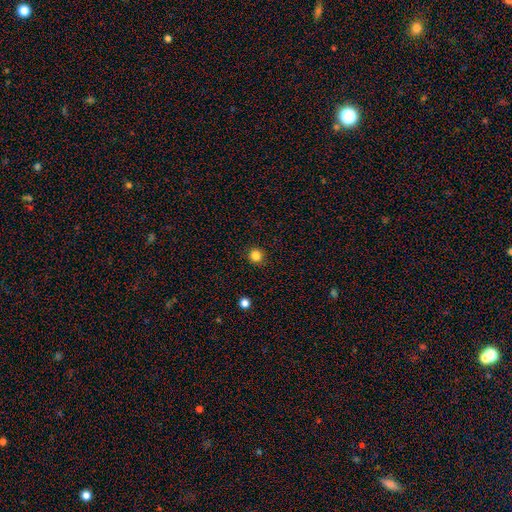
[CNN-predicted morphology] Q: Smooth or featured?
A: smooth (84%); runner-up: star or artifact (13%)
Q: How rounded?
A: round (94%); runner-up: in between (5%)
Q: Merging?
A: none (92%); runner-up: minor disturbance (5%)